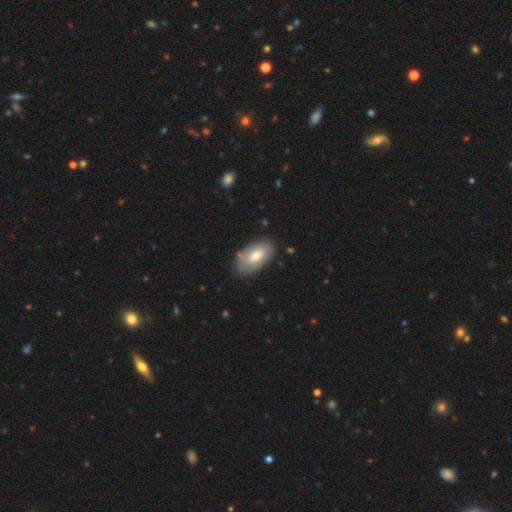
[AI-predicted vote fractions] Morphology: type=smooth (66%); roundness=in between (94%); merging=none (76%).